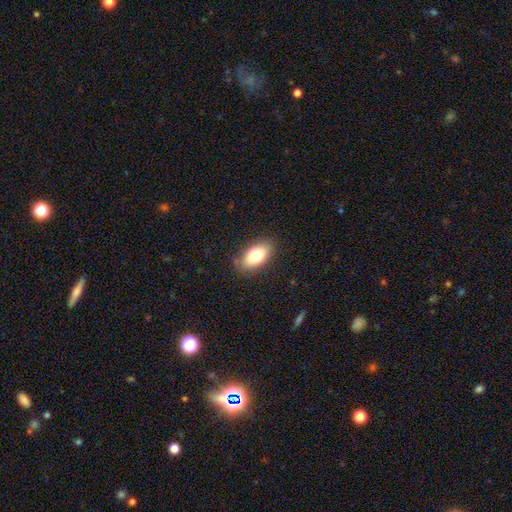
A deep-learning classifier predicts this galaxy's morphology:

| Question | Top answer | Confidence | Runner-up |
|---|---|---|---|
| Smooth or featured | smooth | 80% | featured or disk (12%) |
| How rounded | in between | 92% | round (4%) |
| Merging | none | 85% | minor disturbance (11%) |